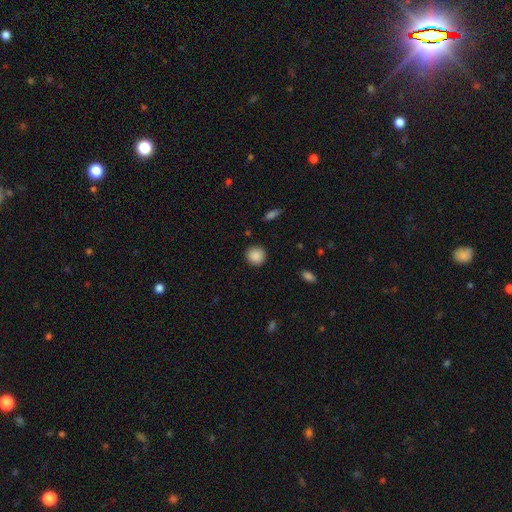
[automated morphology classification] Smooth or featured?
  - smooth: 89% *
  - star or artifact: 8%
  - featured or disk: 3%
How rounded?
  - round: 92% *
  - in between: 7%
  - cigar-shaped: 1%
Merging?
  - none: 90% *
  - minor disturbance: 6%
  - major disturbance: 2%
  - merger: 1%